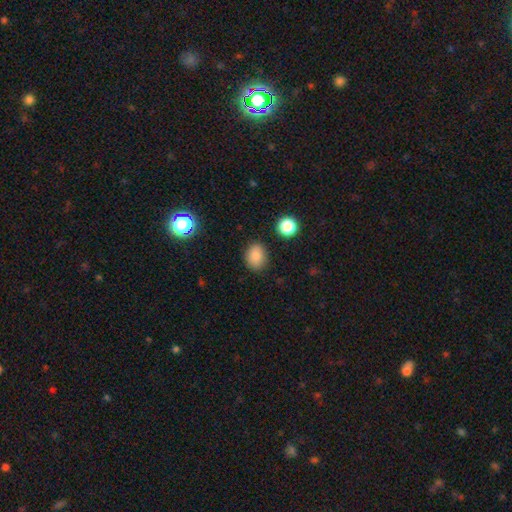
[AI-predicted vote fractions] Smooth or featured?
  - smooth: 83% *
  - star or artifact: 11%
  - featured or disk: 6%
How rounded?
  - in between: 51% *
  - round: 48%
  - cigar-shaped: 1%
Merging?
  - none: 85% *
  - minor disturbance: 11%
  - major disturbance: 3%
  - merger: 2%